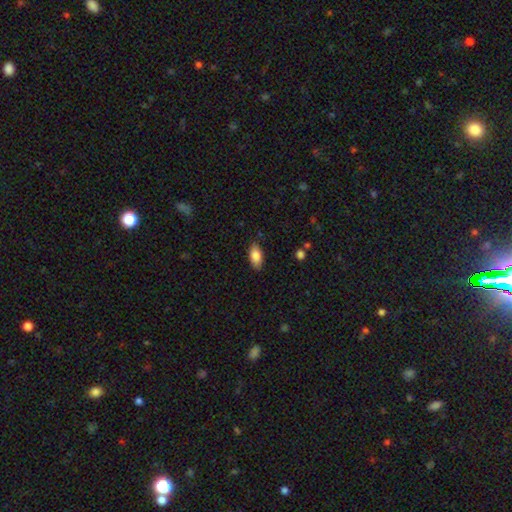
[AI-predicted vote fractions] Overall: smooth (84%). How rounded: in between (91%). Merging: none (84%).